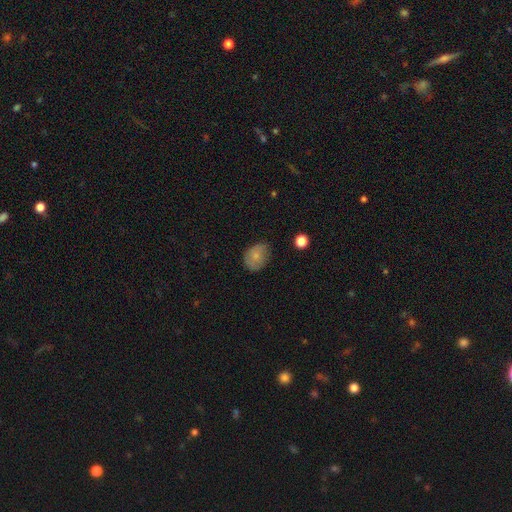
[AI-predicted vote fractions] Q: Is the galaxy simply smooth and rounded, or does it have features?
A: smooth — 73%.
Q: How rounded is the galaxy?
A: in between — 59%.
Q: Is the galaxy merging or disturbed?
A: none — 64%.